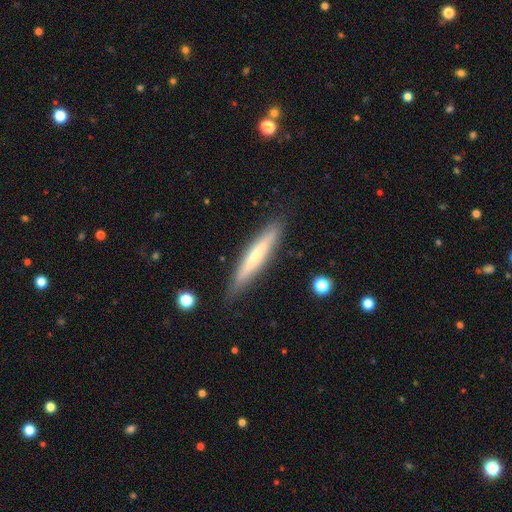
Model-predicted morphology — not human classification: A smooth galaxy with no disk features (48%).

Vote fractions:
- Smooth or featured? smooth: 48% / featured or disk: 46% / star or artifact: 6%
- Merging? none: 86% / minor disturbance: 11% / major disturbance: 2% / merger: 2%